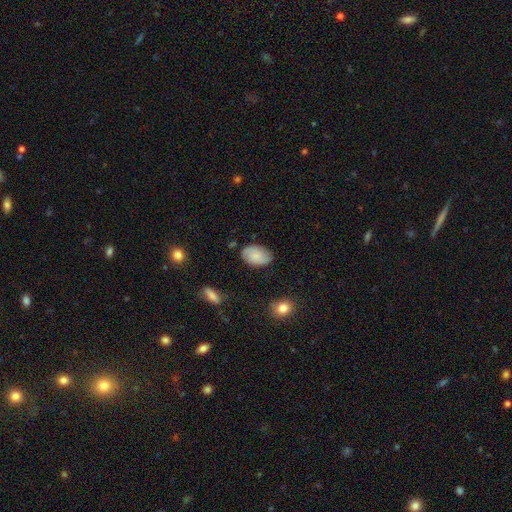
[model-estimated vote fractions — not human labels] Smooth or featured? smooth (73%)
How rounded? in between (89%)
Merging? none (80%)